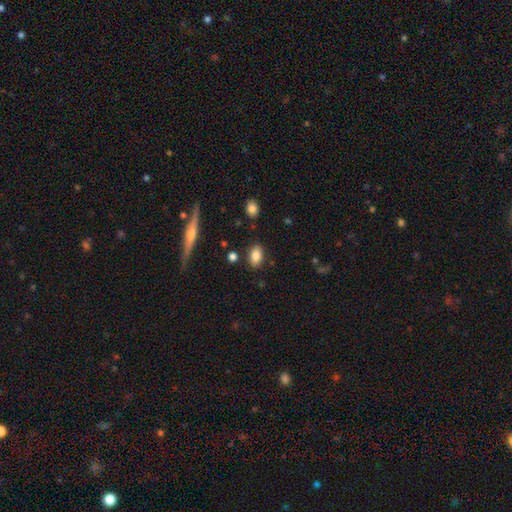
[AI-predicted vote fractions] Smooth or featured?
  - smooth: 84% *
  - star or artifact: 8%
  - featured or disk: 7%
How rounded?
  - in between: 88% *
  - round: 9%
  - cigar-shaped: 3%
Merging?
  - none: 84% *
  - minor disturbance: 10%
  - merger: 3%
  - major disturbance: 3%